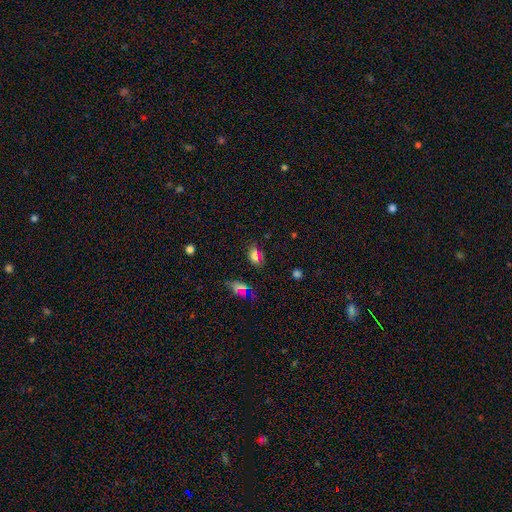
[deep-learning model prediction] smooth_or_featured: smooth (p=0.69) [alt: star or artifact p=0.23]
how_rounded: in between (p=0.84) [alt: round p=0.13]
merging: none (p=0.78) [alt: minor disturbance p=0.15]